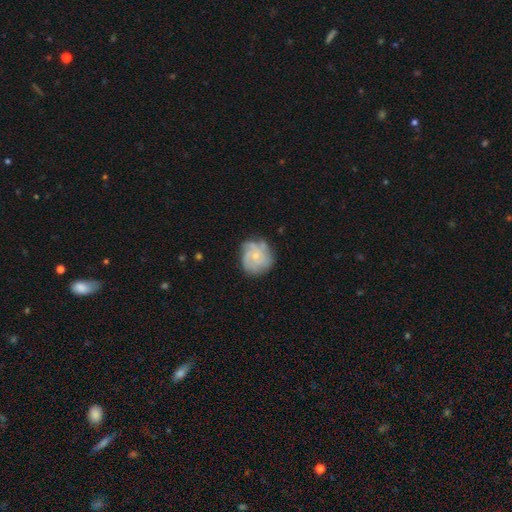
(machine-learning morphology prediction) A featured or disk galaxy (65%) with no bar (80%), tight (53%) spiral arms (87%) and a small central bulge (68%).

Vote fractions:
- Smooth or featured? featured or disk: 65% / smooth: 27% / star or artifact: 7%
- Edge-on disk? no: 98% / yes: 2%
- Bar? no: 80% / weak: 18% / strong: 2%
- Spiral arms? yes: 87% / no: 13%
- Spiral winding? tight: 53% / medium: 34% / loose: 13%
- Spiral arm count? can't tell: 30% / 3: 29% / 4: 21% / 2: 10% / more than 4: 6% / 1: 5%
- Bulge size? small: 68% / moderate: 27% / none: 3% / large: 1% / dominant: 1%
- Merging? none: 66% / minor disturbance: 23% / major disturbance: 9% / merger: 2%